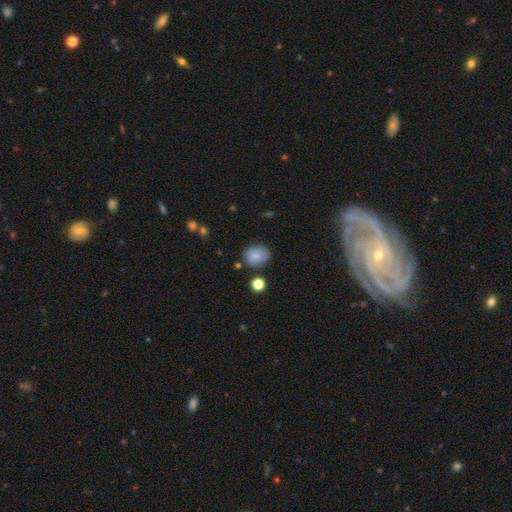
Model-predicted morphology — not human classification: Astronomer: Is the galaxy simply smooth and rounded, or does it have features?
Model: smooth — 81%.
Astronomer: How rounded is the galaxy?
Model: round — 56% (runner-up: in between, 43%).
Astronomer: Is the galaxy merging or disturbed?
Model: none — 76%.